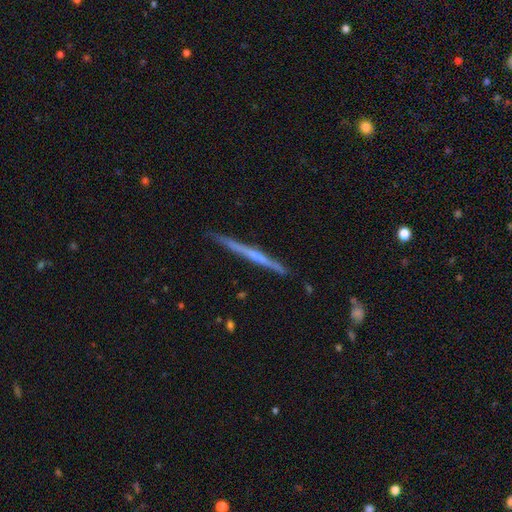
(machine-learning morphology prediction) Smooth or featured? Predicted: featured or disk (p=0.74). Edge-on disk? Predicted: yes (p=0.98). Edge-on bulge? Predicted: rounded (p=0.58). Merging? Predicted: none (p=0.89).